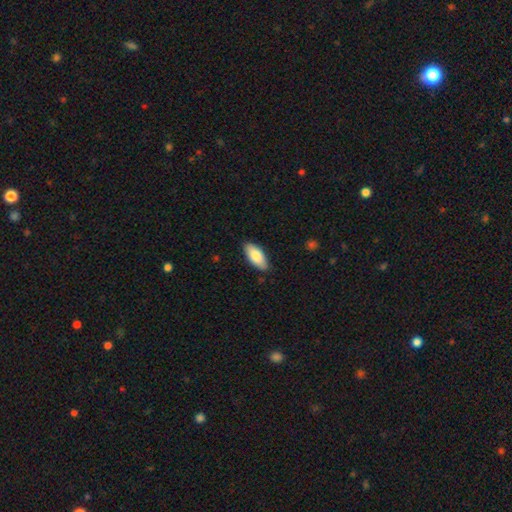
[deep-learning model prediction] Smooth or featured? smooth (84%)
How rounded? in between (88%)
Merging? none (86%)